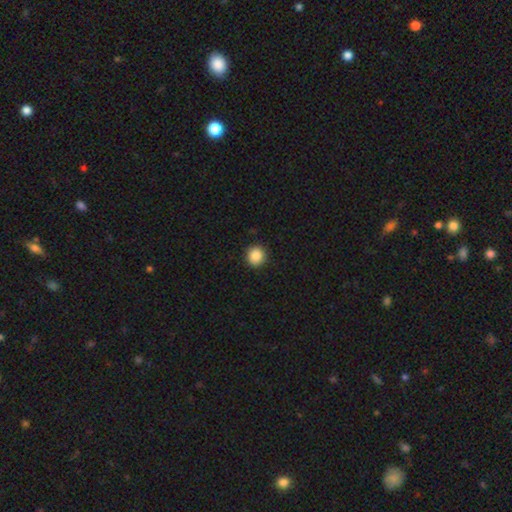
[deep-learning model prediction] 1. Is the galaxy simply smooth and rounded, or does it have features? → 88% smooth, 9% star or artifact, 3% featured or disk.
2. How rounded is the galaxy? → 91% round, 8% in between, 1% cigar-shaped.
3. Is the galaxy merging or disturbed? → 91% none, 6% minor disturbance, 2% major disturbance, 1% merger.